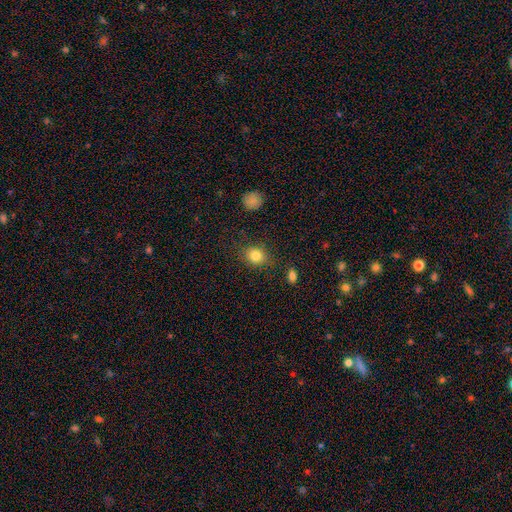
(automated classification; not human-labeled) smooth-or-featured: smooth: 83% | star or artifact: 11% | featured or disk: 7%
  how-rounded: round: 63% | in between: 36% | cigar-shaped: 1%
  merging: none: 79% | minor disturbance: 15% | major disturbance: 5% | merger: 2%